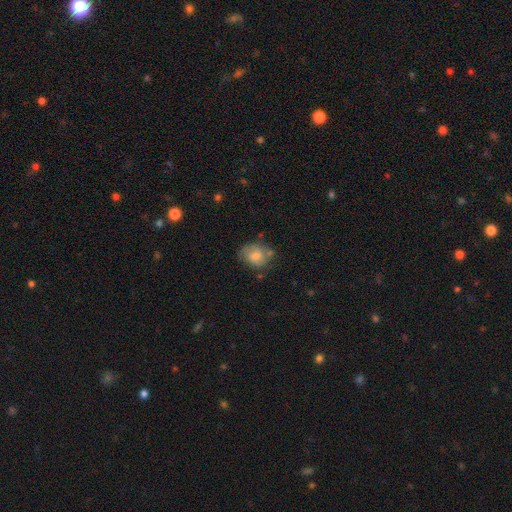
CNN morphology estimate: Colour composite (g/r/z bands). It shows a smooth galaxy with no disk features (61%) that is in between round and cigar-shaped (53%). Merging: none (59%).